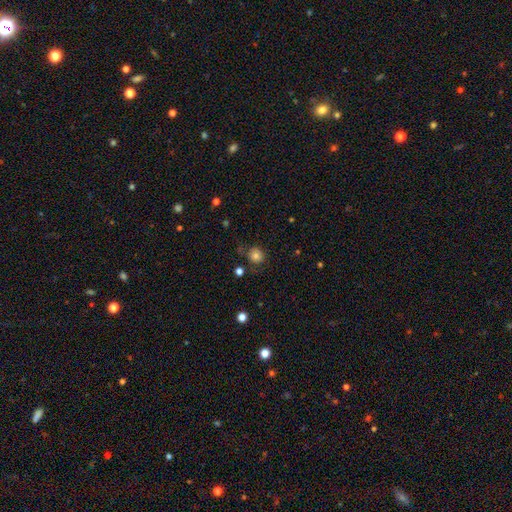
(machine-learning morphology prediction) A smooth galaxy with no disk features (78%) that is round (86%).

Vote fractions:
- Smooth or featured? smooth: 78% / star or artifact: 12% / featured or disk: 10%
- How rounded? round: 86% / in between: 14% / cigar-shaped: 1%
- Merging? none: 72% / minor disturbance: 18% / major disturbance: 7% / merger: 4%